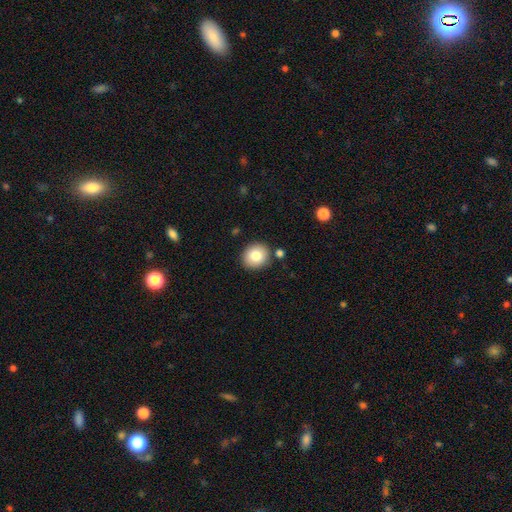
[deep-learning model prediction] smooth_or_featured: smooth (p=0.81) [alt: featured or disk p=0.10]
how_rounded: round (p=0.80) [alt: in between p=0.19]
merging: none (p=0.85) [alt: minor disturbance p=0.08]